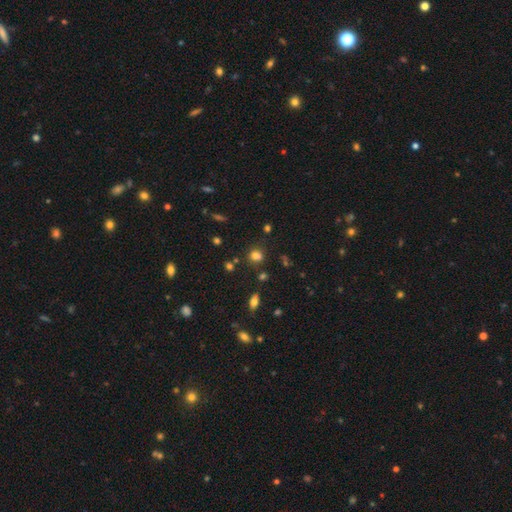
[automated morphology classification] smooth-or-featured: smooth: 72% | star or artifact: 20% | featured or disk: 8%
  how-rounded: round: 72% | in between: 26% | cigar-shaped: 2%
  merging: none: 71% | minor disturbance: 13% | merger: 10% | major disturbance: 5%